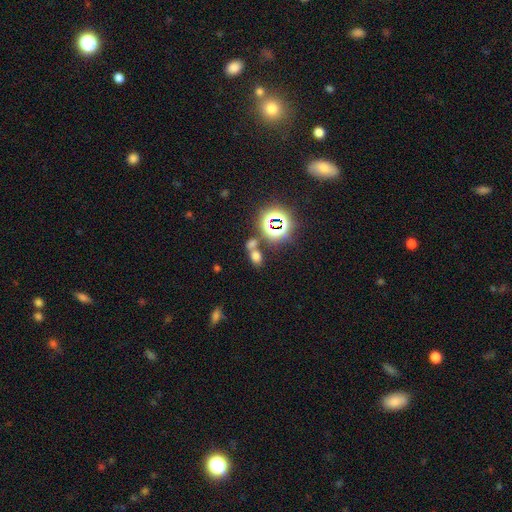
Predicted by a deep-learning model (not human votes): A smooth galaxy with no disk features (58%) that is in between round and cigar-shaped (75%).

Vote fractions:
- Smooth or featured? smooth: 58% / star or artifact: 32% / featured or disk: 10%
- How rounded? in between: 75% / round: 22% / cigar-shaped: 3%
- Merging? none: 52% / merger: 33% / minor disturbance: 10% / major disturbance: 5%